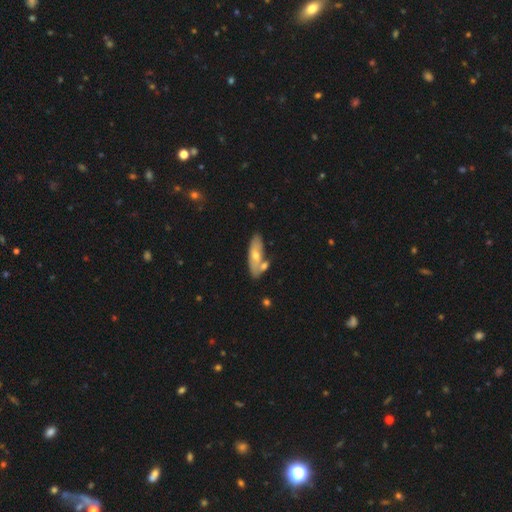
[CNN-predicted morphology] Overall: smooth (59%; featured or disk 36%). How rounded: in between (65%; cigar-shaped 32%). Merging: none (62%).